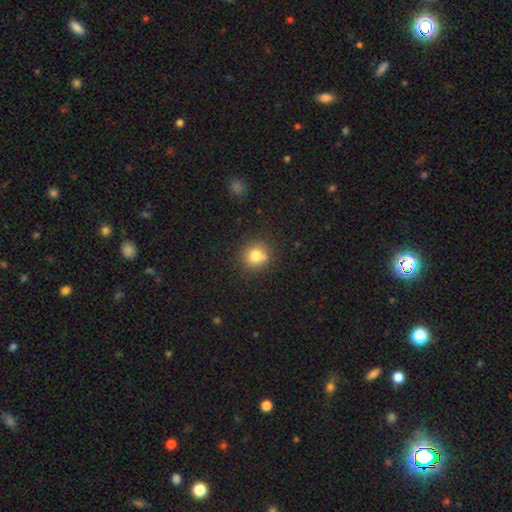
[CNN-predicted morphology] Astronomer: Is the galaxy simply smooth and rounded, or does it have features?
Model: smooth — 78%.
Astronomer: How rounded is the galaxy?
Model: round — 89%.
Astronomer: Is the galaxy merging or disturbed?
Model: none — 74%.